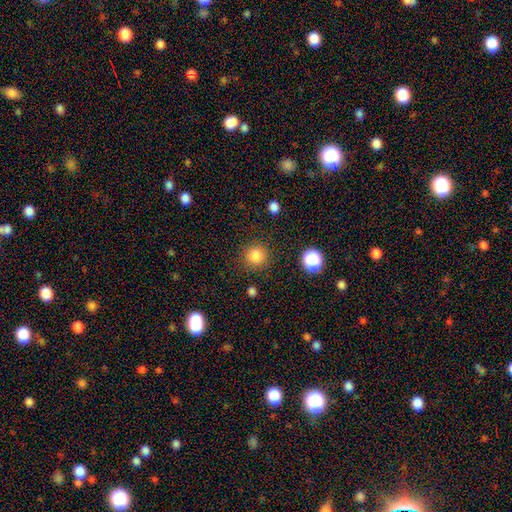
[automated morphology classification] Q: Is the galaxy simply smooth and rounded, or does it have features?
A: smooth — 83%.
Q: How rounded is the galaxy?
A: round — 94%.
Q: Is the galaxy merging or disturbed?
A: none — 88%.